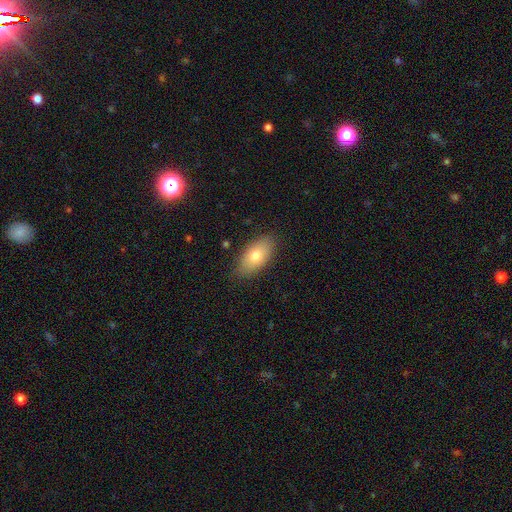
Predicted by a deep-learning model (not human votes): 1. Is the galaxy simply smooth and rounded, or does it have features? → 75% smooth, 18% featured or disk, 7% star or artifact.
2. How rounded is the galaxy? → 91% in between, 5% cigar-shaped, 4% round.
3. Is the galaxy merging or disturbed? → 83% none, 13% minor disturbance, 3% major disturbance, 1% merger.